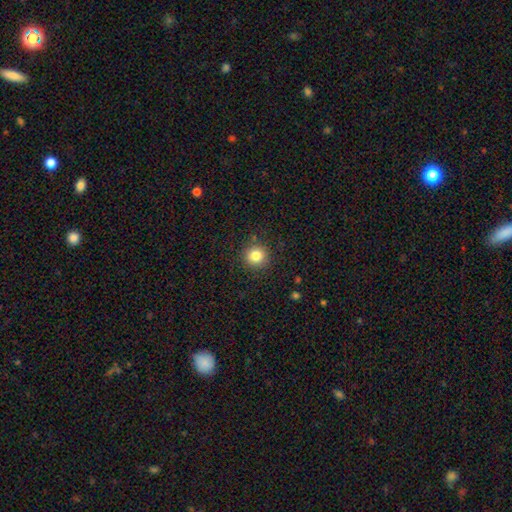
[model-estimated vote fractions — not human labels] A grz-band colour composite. It shows a smooth galaxy with no disk features (82%) that is round (92%). Merging: none (89%).